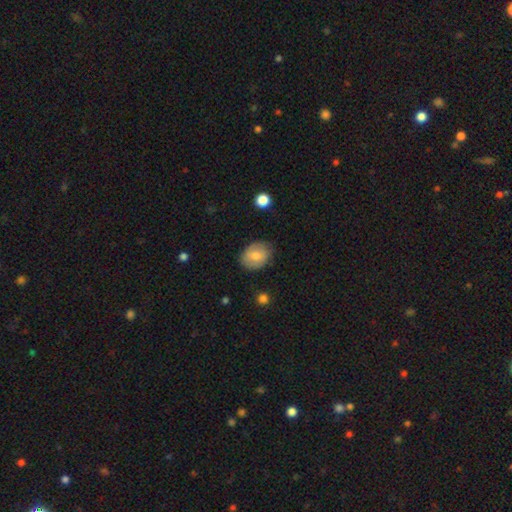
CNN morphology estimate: The model was most divided on "how rounded": in between: 62%, round: 37%, cigar-shaped: 1%. More confident: merging — none (77%); smooth or featured — smooth (71%).